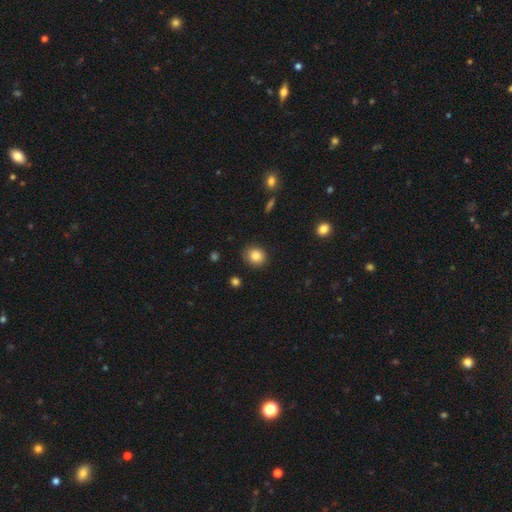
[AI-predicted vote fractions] Q: Smooth or featured?
A: smooth (85%); runner-up: star or artifact (9%)
Q: How rounded?
A: round (73%); runner-up: in between (26%)
Q: Merging?
A: none (86%); runner-up: minor disturbance (10%)